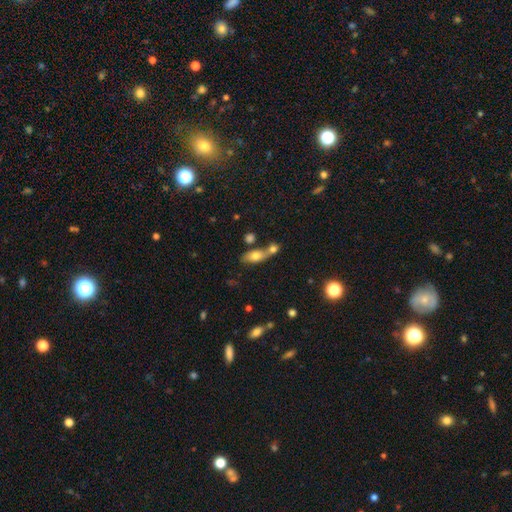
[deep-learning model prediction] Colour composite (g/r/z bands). It shows a smooth galaxy with no disk features (69%) that is in between round and cigar-shaped (75%). Merging: merger (44%).